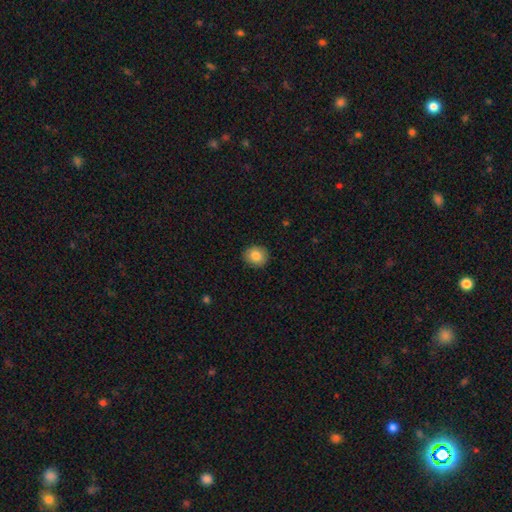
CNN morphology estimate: A smooth galaxy with no disk features (84%) that is round (78%). Merging: none (90%).